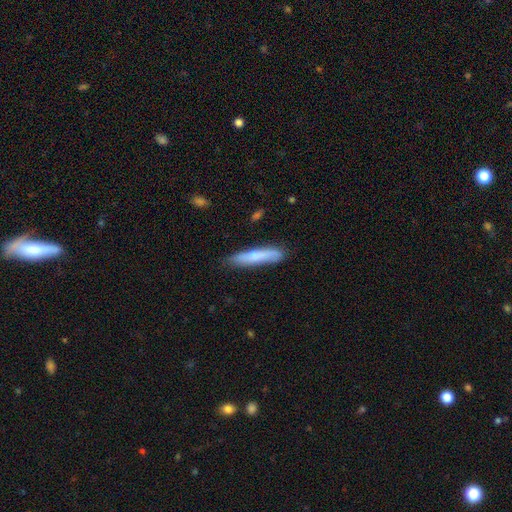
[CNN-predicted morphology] This appears to be a smooth galaxy with no disk features (65%) that is cigar-shaped (89%). Merging: none (80%).